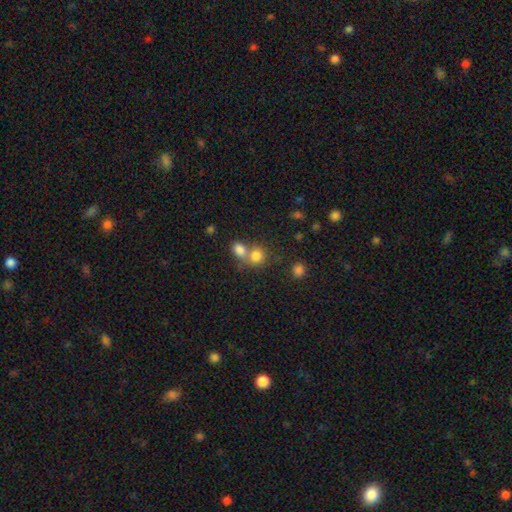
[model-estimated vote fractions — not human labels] A smooth galaxy with no disk features (79%) that is round (70%).

Vote fractions:
- Smooth or featured? smooth: 79% / star or artifact: 12% / featured or disk: 9%
- How rounded? round: 70% / in between: 29% / cigar-shaped: 1%
- Merging? merger: 54% / none: 35% / minor disturbance: 7% / major disturbance: 4%